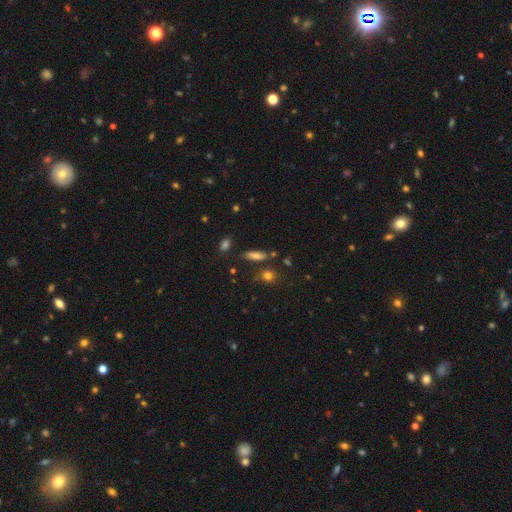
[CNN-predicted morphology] The model was most divided on "how rounded": cigar-shaped: 51%, in between: 43%, round: 6%. More confident: merging — none (76%); smooth or featured — smooth (68%).